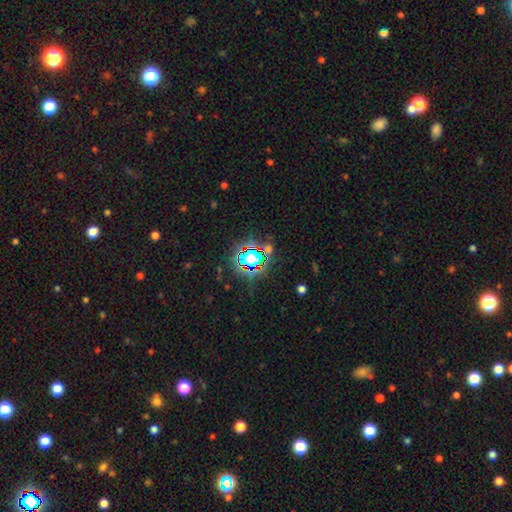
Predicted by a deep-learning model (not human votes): A star or artifact, not a galaxy (79%).

Vote fractions:
- Smooth or featured? star or artifact: 79% / smooth: 13% / featured or disk: 8%